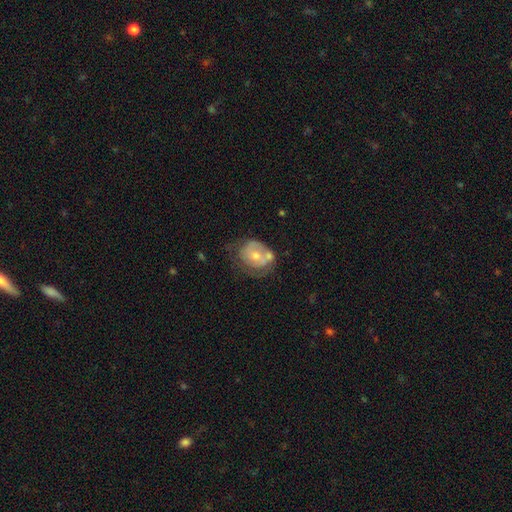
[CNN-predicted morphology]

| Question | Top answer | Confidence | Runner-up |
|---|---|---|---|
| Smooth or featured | featured or disk | 60% | smooth (32%) |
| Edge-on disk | no | 97% | yes (3%) |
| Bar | no | 76% | weak (20%) |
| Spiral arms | yes | 54% | no (46%) |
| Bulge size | moderate | 55% | small (40%) |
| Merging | none | 42% | minor disturbance (25%) |